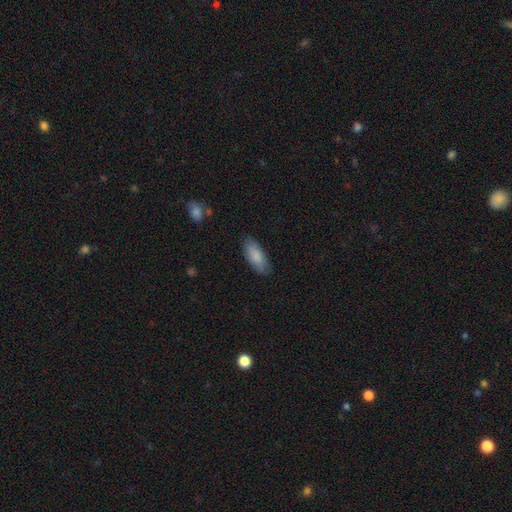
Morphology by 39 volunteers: smooth 92%, featured or disk 8%, star or artifact 0%. Down the decision tree: how rounded — in between (69%); merging — none (90%).